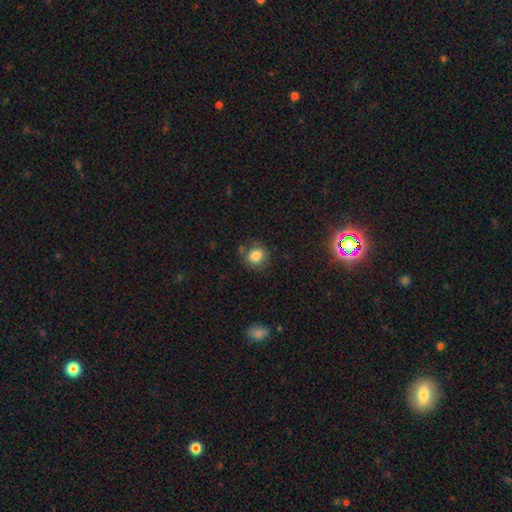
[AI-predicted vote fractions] This is clearly a smooth galaxy (81%). How rounded: clearly round (81%). Merging: likely none (72%).